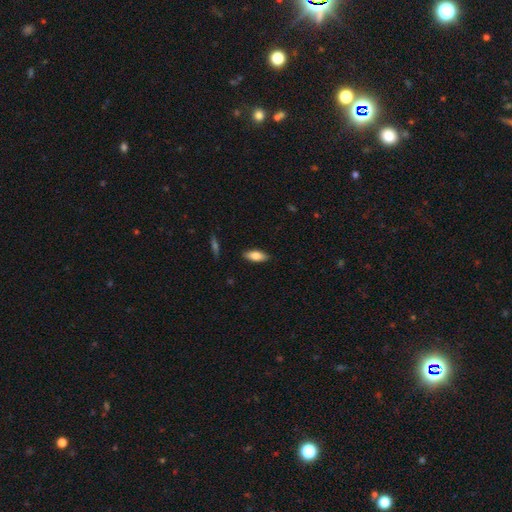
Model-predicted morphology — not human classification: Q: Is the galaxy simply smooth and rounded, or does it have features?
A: smooth — 80%.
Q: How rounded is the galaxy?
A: in between — 81%.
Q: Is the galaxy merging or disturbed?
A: none — 87%.